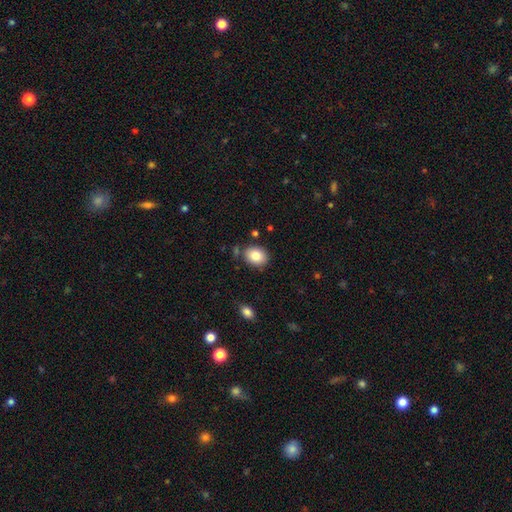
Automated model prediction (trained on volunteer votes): smooth-or-featured: smooth: 84% | star or artifact: 8% | featured or disk: 8%
  how-rounded: in between: 56% | round: 43% | cigar-shaped: 1%
  merging: none: 81% | minor disturbance: 12% | merger: 4% | major disturbance: 3%